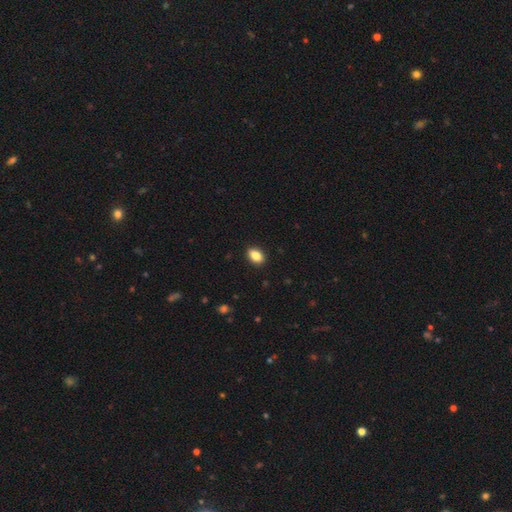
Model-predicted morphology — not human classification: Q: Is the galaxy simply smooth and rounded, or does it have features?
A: smooth — 85%.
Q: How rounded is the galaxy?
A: in between — 84%.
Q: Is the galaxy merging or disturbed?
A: none — 90%.